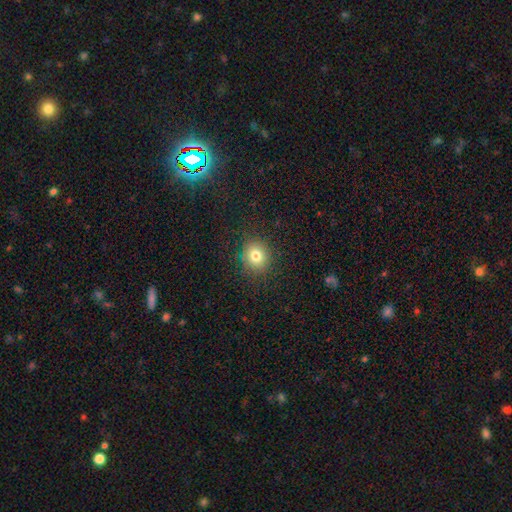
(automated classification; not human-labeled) This is likely a smooth galaxy (78%). How rounded: likely round (78%). Merging: clearly none (88%).